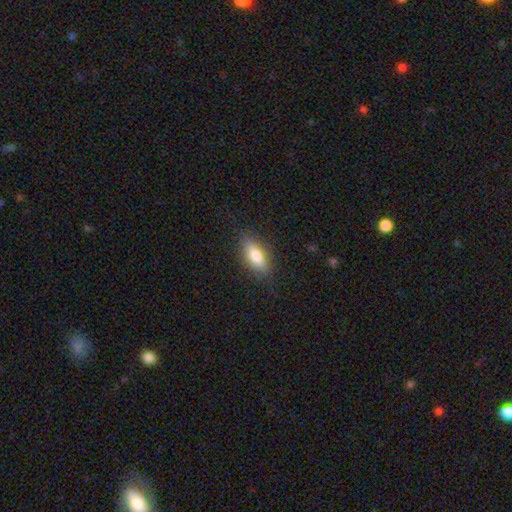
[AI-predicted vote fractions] Smooth or featured? Predicted: smooth (p=0.72). How rounded? Predicted: in between (p=0.70). Merging? Predicted: none (p=0.83).